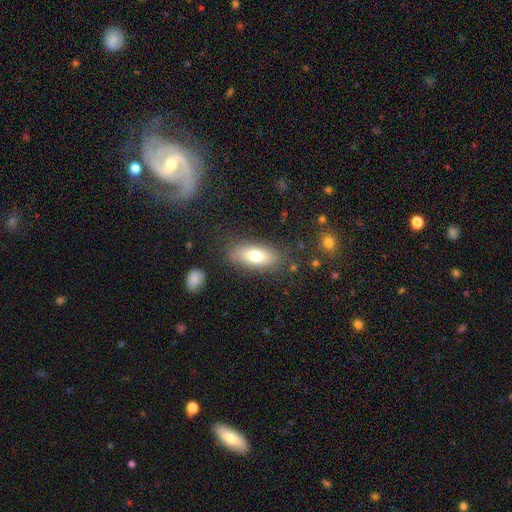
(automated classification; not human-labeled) smooth_or_featured: smooth (p=0.73) [alt: featured or disk p=0.19]
how_rounded: in between (p=0.79) [alt: cigar-shaped p=0.18]
merging: none (p=0.82) [alt: minor disturbance p=0.12]